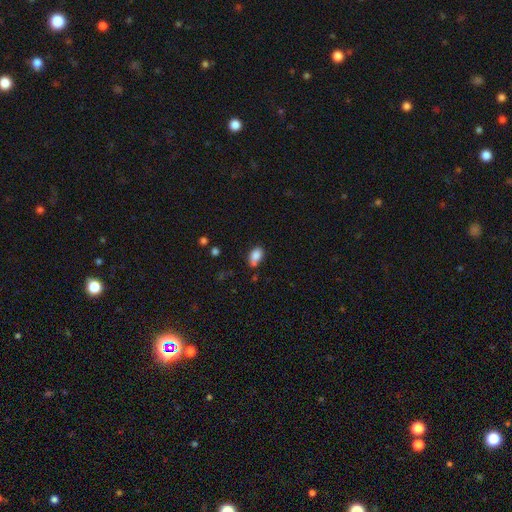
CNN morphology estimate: The model was most divided on "merging": none: 56%, minor disturbance: 25%, merger: 13%, major disturbance: 6%. More confident: how rounded — in between (88%); smooth or featured — smooth (84%).